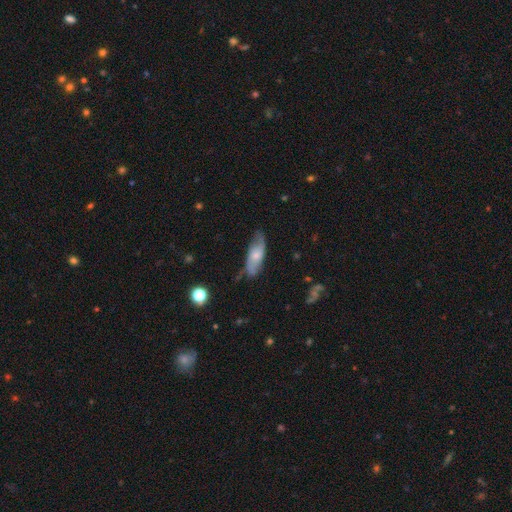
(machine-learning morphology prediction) Smooth or featured? Predicted: smooth (p=0.47, tied with featured or disk). Merging? Predicted: none (p=0.67).